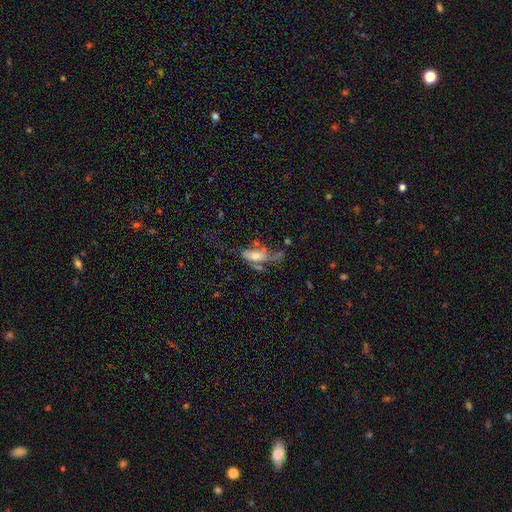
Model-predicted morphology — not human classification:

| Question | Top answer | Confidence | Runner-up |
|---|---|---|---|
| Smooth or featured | smooth | 46% | featured or disk (41%) |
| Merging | major disturbance | 38% | none (28%) |